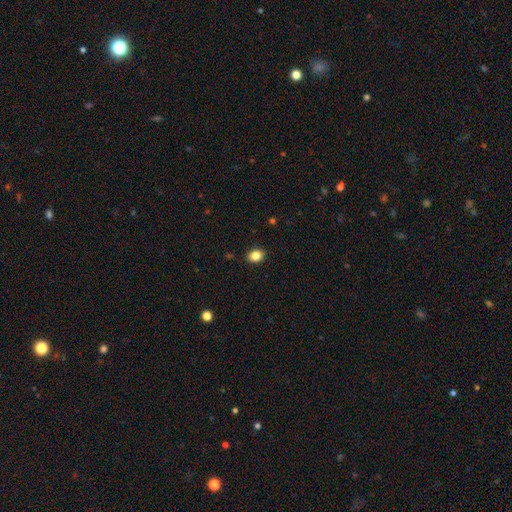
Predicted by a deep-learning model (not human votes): Smooth or featured: smooth — 85% (star or artifact — 10%)
How rounded: in between — 54% (round — 45%)
Merging: none — 90% (minor disturbance — 7%)